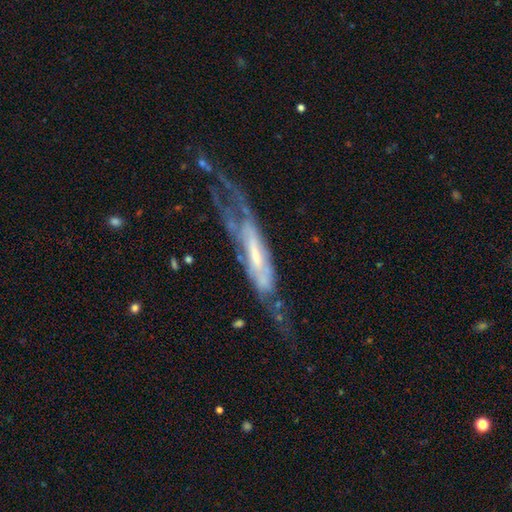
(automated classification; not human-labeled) Morphology: type=featured or disk (76%); edge-on=no (57%); merging=none (42%).